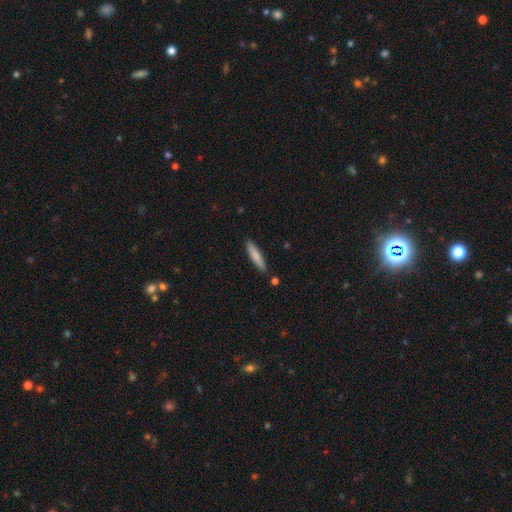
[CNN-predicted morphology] This is likely a smooth galaxy (77%). How rounded: clearly cigar-shaped (87%). Merging: clearly none (85%).